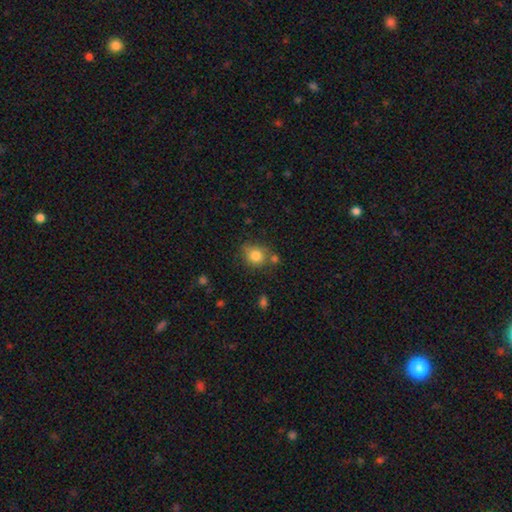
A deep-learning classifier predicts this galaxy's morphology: Smooth or featured: smooth — 82% (star or artifact — 10%)
How rounded: round — 72% (in between — 27%)
Merging: none — 65% (minor disturbance — 18%)